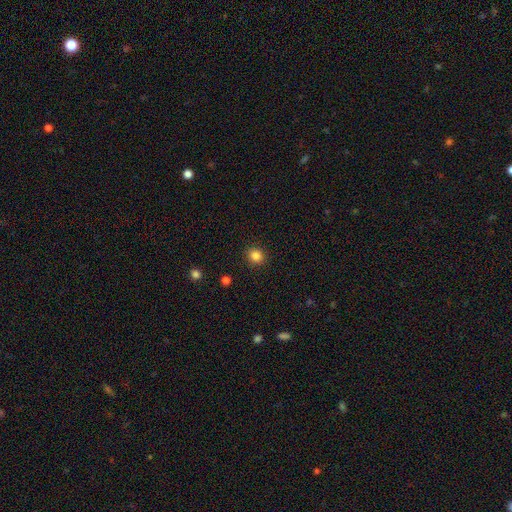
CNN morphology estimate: Smooth or featured? smooth (84%)
How rounded? round (88%)
Merging? none (91%)